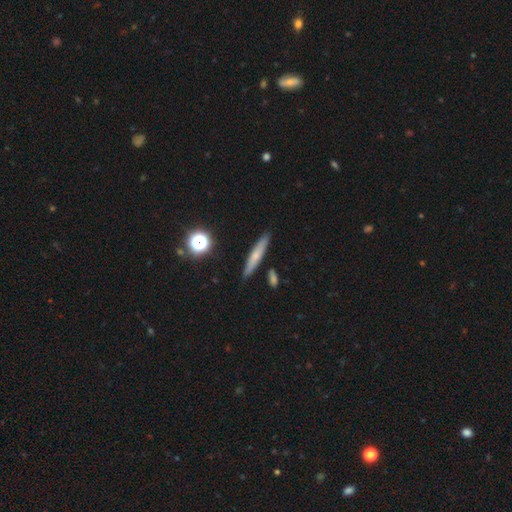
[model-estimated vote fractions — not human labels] Smooth or featured? Predicted: smooth (p=0.58). How rounded? Predicted: cigar-shaped (p=0.89). Merging? Predicted: none (p=0.86).